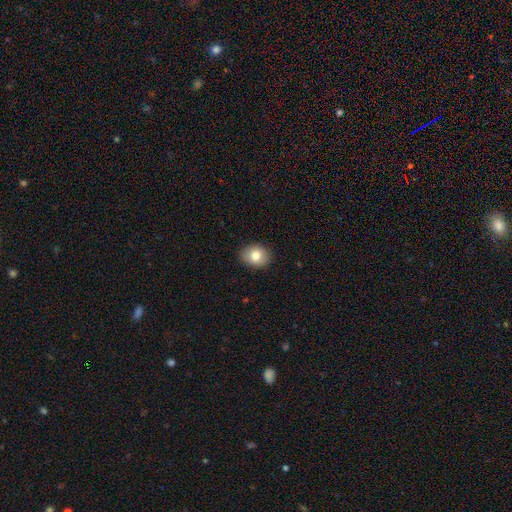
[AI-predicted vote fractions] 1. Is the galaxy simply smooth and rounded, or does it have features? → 81% smooth, 10% featured or disk, 9% star or artifact.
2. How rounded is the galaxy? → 54% round, 45% in between, 1% cigar-shaped.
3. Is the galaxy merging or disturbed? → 89% none, 8% minor disturbance, 2% major disturbance, 1% merger.